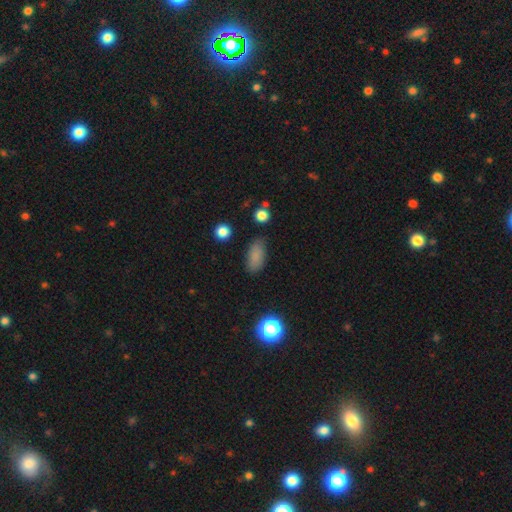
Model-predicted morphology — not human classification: Q: Smooth or featured?
A: smooth (83%); runner-up: star or artifact (10%)
Q: How rounded?
A: in between (87%); runner-up: cigar-shaped (8%)
Q: Merging?
A: none (80%); runner-up: minor disturbance (14%)